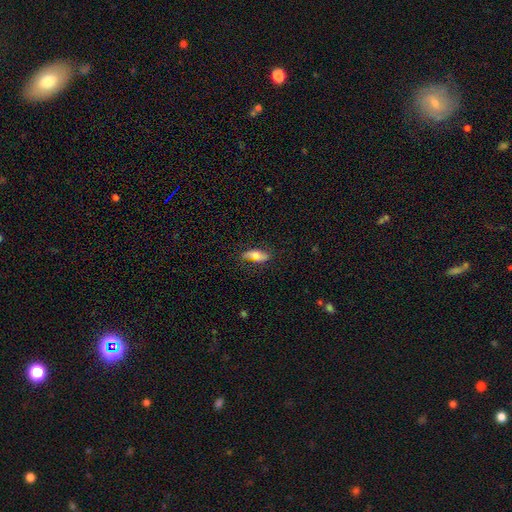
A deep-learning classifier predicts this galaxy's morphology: type=smooth (61%); roundness=in between (68%); merging=none (70%).